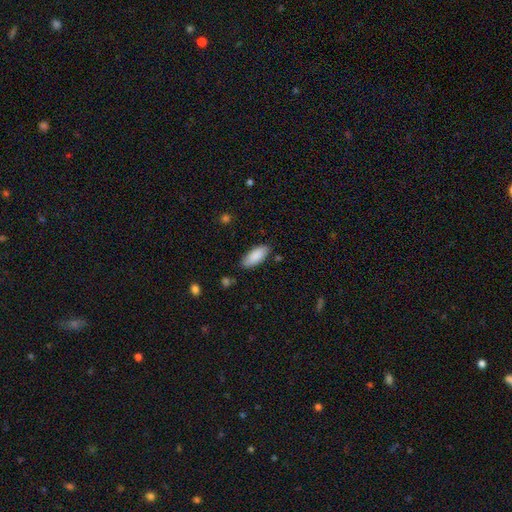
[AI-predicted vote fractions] The model was most divided on "how rounded": in between: 84%, cigar-shaped: 15%, round: 2%. More confident: smooth or featured — smooth (89%); merging — none (83%).